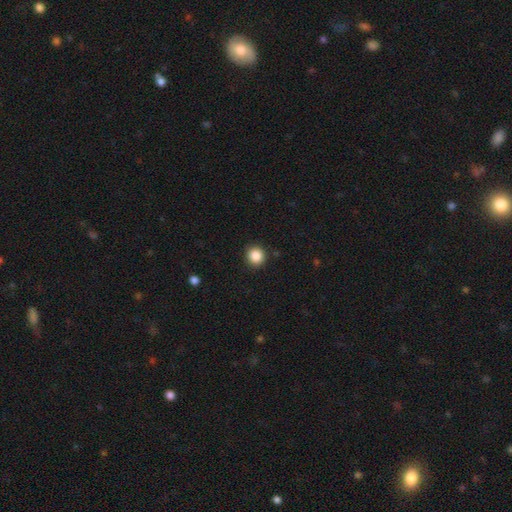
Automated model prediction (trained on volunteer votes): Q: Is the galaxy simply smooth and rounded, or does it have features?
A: smooth — 87%.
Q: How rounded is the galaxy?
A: round — 91%.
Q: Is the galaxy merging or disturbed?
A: none — 91%.